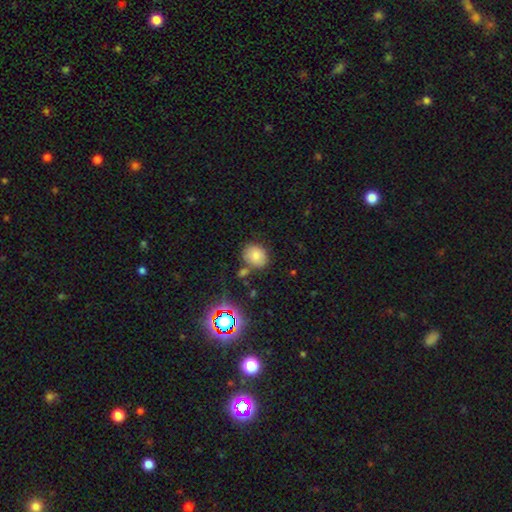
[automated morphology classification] Smooth or featured: smooth — 78% (star or artifact — 14%)
How rounded: round — 59% (in between — 40%)
Merging: none — 70% (minor disturbance — 15%)